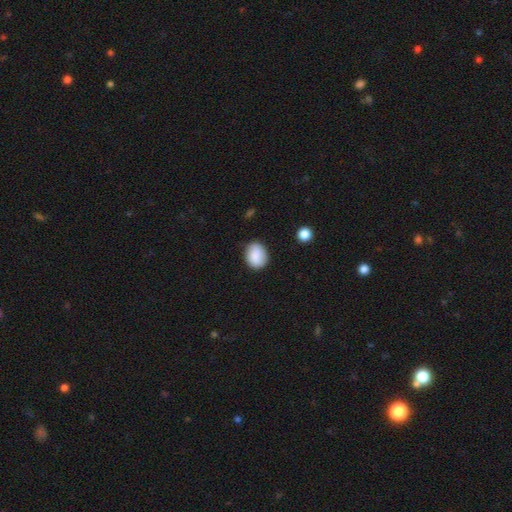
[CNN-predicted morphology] smooth_or_featured: smooth (p=0.87) [alt: star or artifact p=0.08]
how_rounded: in between (p=0.50) [alt: round p=0.49]
merging: none (p=0.81) [alt: minor disturbance p=0.15]